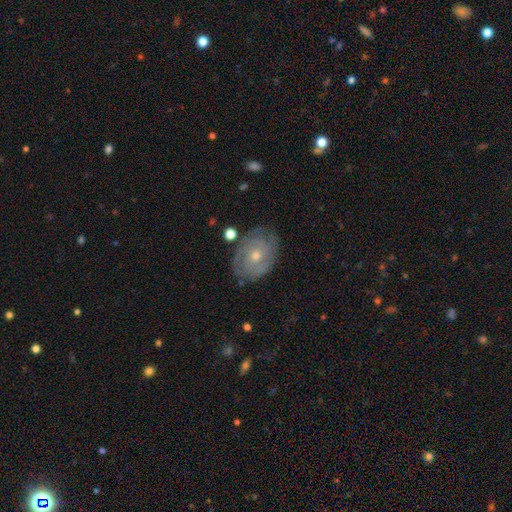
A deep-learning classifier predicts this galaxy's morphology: Smooth or featured?
  - featured or disk: 71% *
  - smooth: 20%
  - star or artifact: 9%
Edge-on disk?
  - no: 96% *
  - yes: 4%
Bar?
  - no: 79% *
  - weak: 17%
  - strong: 3%
Spiral arms?
  - yes: 81% *
  - no: 19%
Spiral winding?
  - tight: 71% *
  - medium: 22%
  - loose: 7%
Spiral arm count?
  - can't tell: 48% *
  - 2: 26%
  - 3: 12%
  - 4: 5%
  - 1: 5%
  - more than 4: 4%
Bulge size?
  - moderate: 51% *
  - small: 46%
  - large: 2%
  - none: 1%
  - dominant: 1%
Merging?
  - none: 77% *
  - minor disturbance: 16%
  - major disturbance: 5%
  - merger: 2%